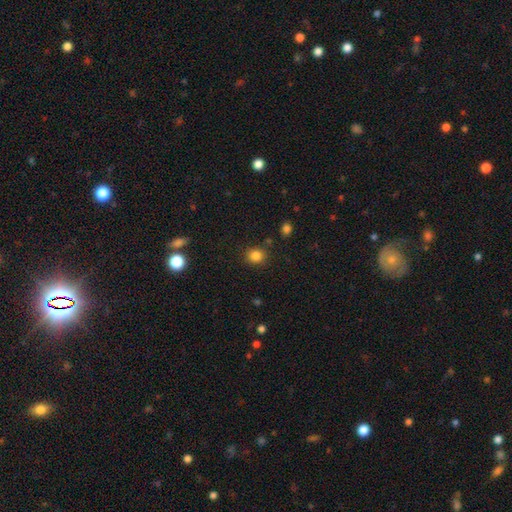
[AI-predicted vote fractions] smooth_or_featured: smooth (p=0.83) [alt: star or artifact p=0.12]
how_rounded: round (p=0.83) [alt: in between p=0.16]
merging: none (p=0.85) [alt: minor disturbance p=0.09]